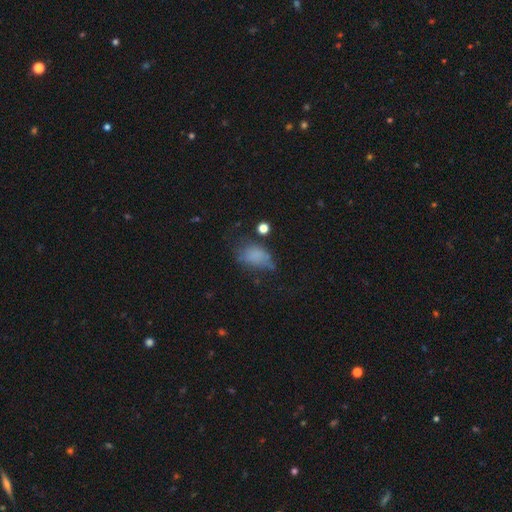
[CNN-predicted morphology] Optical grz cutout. It shows a smooth galaxy with no disk features (65%) that is in between round and cigar-shaped (83%). Merging: none (35%).